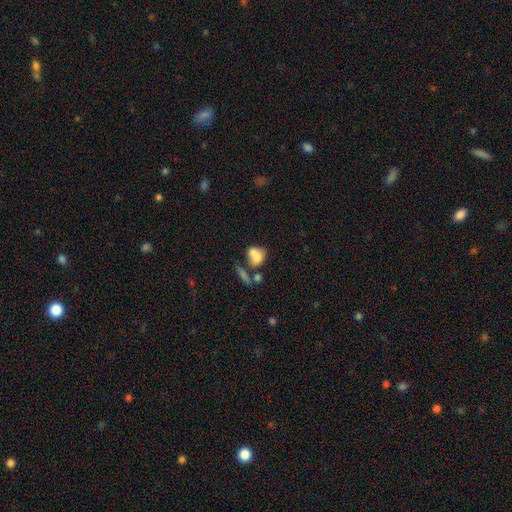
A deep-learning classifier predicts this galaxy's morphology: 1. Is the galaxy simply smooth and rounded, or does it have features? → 69% smooth, 21% featured or disk, 10% star or artifact.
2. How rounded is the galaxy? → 56% in between, 41% round, 3% cigar-shaped.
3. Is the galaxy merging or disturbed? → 54% merger, 25% none, 11% minor disturbance, 9% major disturbance.